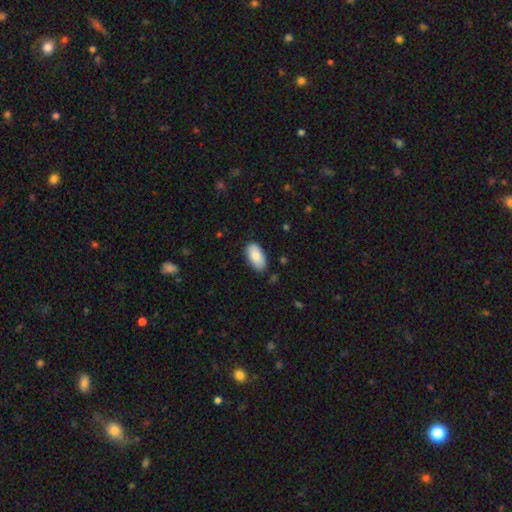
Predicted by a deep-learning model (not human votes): Smooth or featured? smooth (86%)
How rounded? in between (95%)
Merging? none (82%)